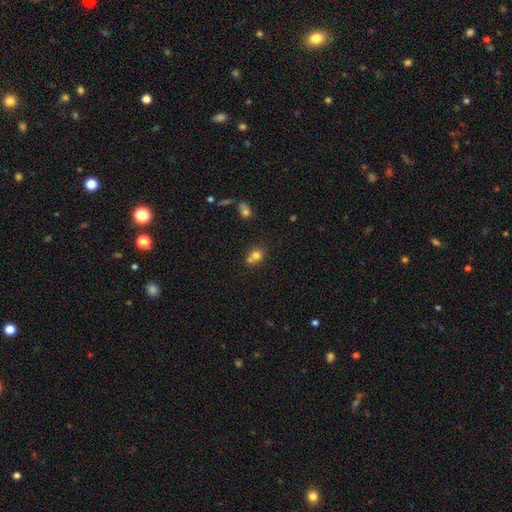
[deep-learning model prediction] smooth_or_featured: smooth (p=0.73) [alt: featured or disk p=0.14]
how_rounded: round (p=0.70) [alt: in between p=0.29]
merging: merger (p=0.47) [alt: none p=0.40]